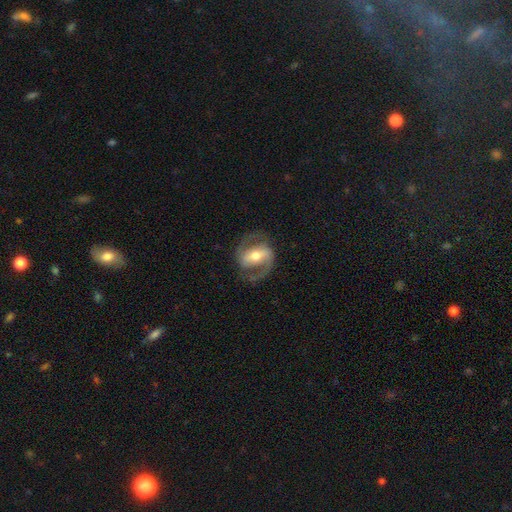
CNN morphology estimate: featured or disk 85%, smooth 10%, star or artifact 5%. Down the decision tree: edge-on disk — no (97%); bar — strong (48%); spiral arms — yes (92%); spiral arm count — 2 (90%); spiral winding — medium (57%); bulge size — moderate (67%); merging — none (77%).